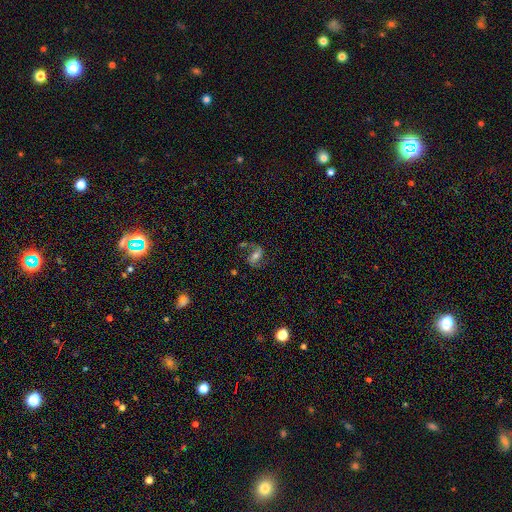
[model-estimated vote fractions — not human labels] A featured or disk galaxy (68%) with a weak bar (38%), 2 (87%) loose (50%) spiral arms (91%) and a moderate central bulge (56%). Merging: none (62%).